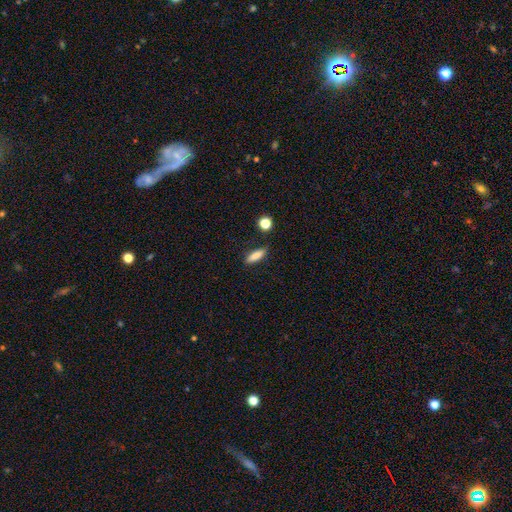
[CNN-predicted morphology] Smooth or featured?
  - smooth: 82% *
  - featured or disk: 11%
  - star or artifact: 8%
How rounded?
  - cigar-shaped: 48% * (tied)
  - in between: 48% * (tied)
  - round: 4%
Merging?
  - none: 84% *
  - minor disturbance: 11%
  - merger: 3%
  - major disturbance: 3%